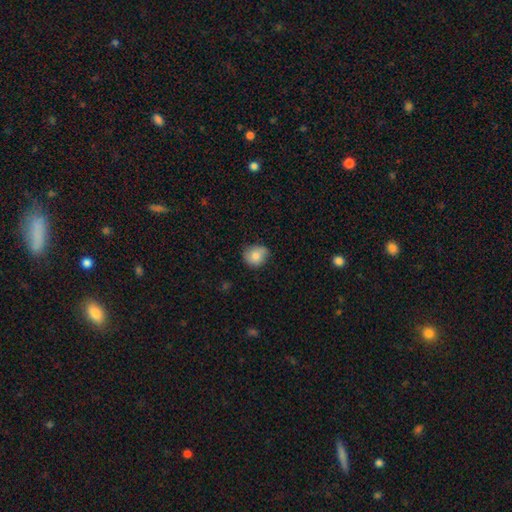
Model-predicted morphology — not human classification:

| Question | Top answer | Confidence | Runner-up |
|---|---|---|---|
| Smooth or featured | smooth | 79% | featured or disk (12%) |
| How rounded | round | 73% | in between (26%) |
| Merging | none | 65% | minor disturbance (28%) |